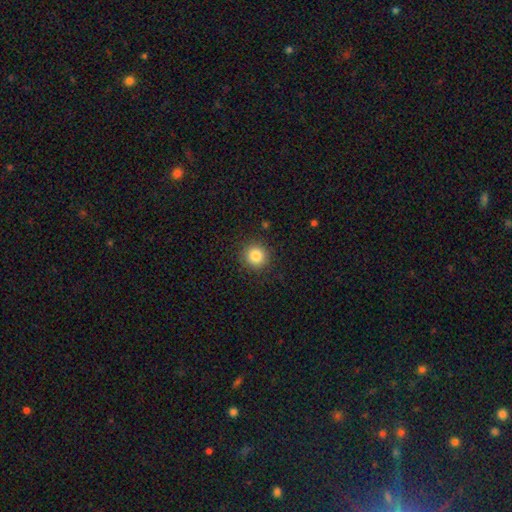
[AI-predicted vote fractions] This appears to be a smooth galaxy with no disk features (84%) that is round (93%). Merging: none (90%).